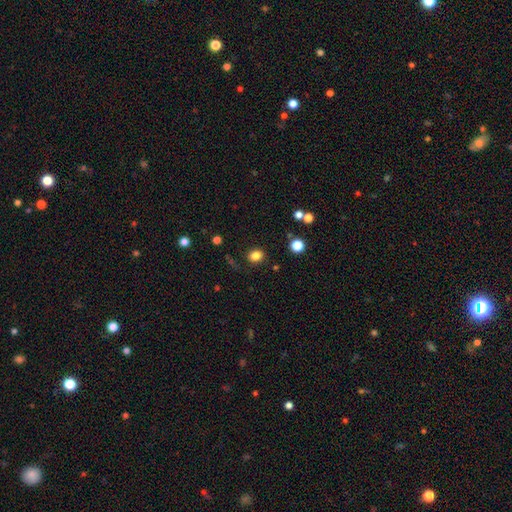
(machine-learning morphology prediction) smooth_or_featured: smooth (p=0.82) [alt: star or artifact p=0.13]
how_rounded: round (p=0.58) [alt: in between p=0.41]
merging: none (p=0.85) [alt: minor disturbance p=0.10]